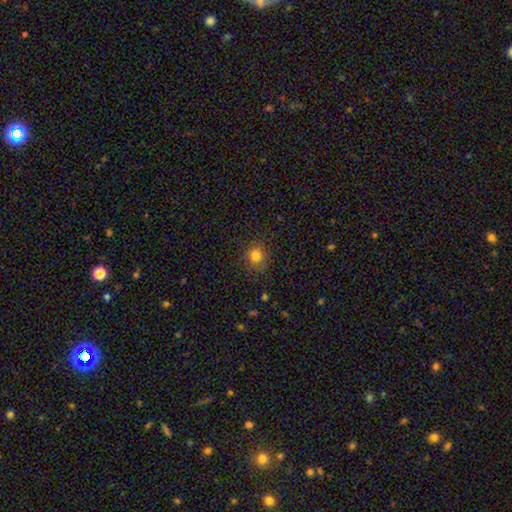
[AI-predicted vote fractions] The model was most divided on "smooth or featured": smooth: 78%, star or artifact: 16%, featured or disk: 6%. More confident: how rounded — round (86%); merging — none (83%).